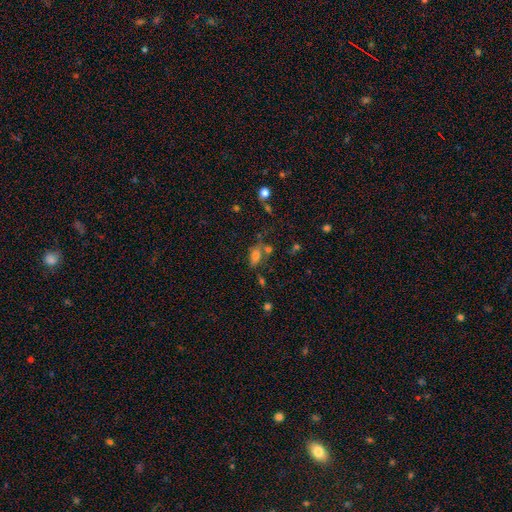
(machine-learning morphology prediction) type=smooth (68%); roundness=in between (83%); merging=none (47%).